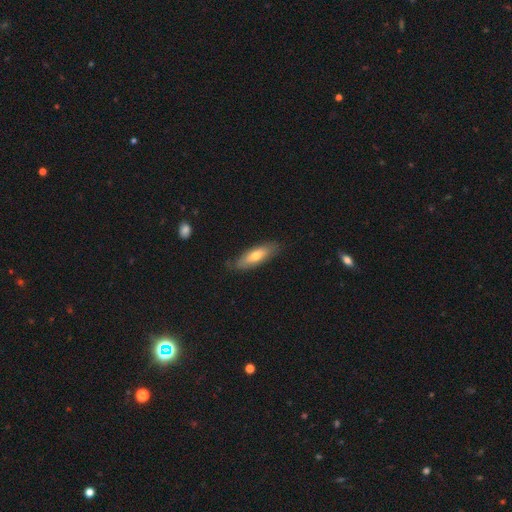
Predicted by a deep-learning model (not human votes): A smooth galaxy with no disk features (64%) that is in between round and cigar-shaped (50%). Merging: none (80%).